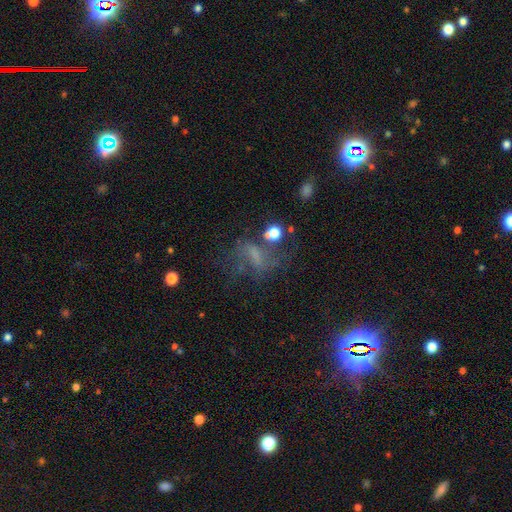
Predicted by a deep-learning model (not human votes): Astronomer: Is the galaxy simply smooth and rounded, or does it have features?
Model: smooth — 37% (runner-up: featured or disk, 34%).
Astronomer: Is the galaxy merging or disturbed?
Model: none — 41% (runner-up: major disturbance, 32%).